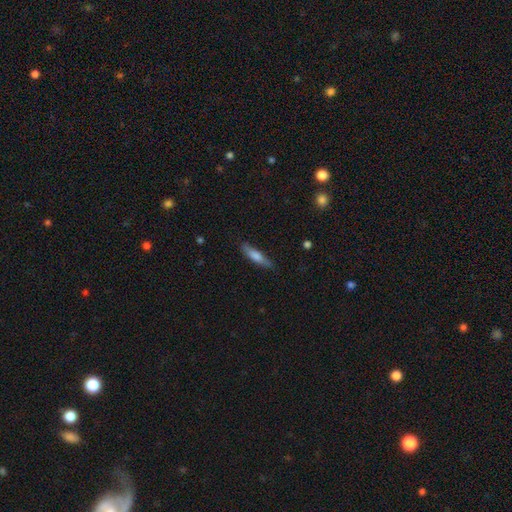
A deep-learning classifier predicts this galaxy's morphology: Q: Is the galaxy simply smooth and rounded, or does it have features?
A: smooth — 62%.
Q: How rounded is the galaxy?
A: cigar-shaped — 80%.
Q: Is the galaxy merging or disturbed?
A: none — 82%.